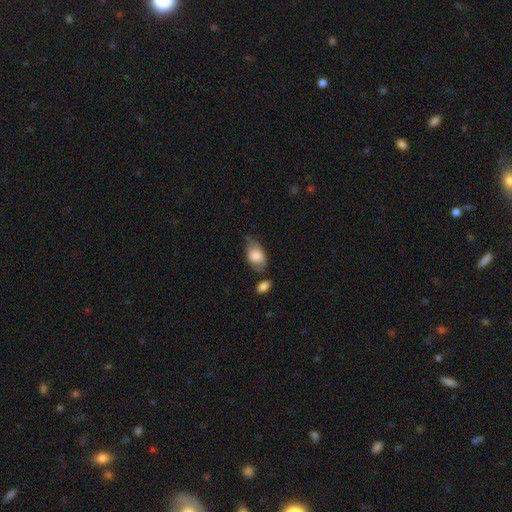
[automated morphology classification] smooth 78%, featured or disk 15%, star or artifact 6%. Down the decision tree: how rounded — in between (89%); merging — none (52%).